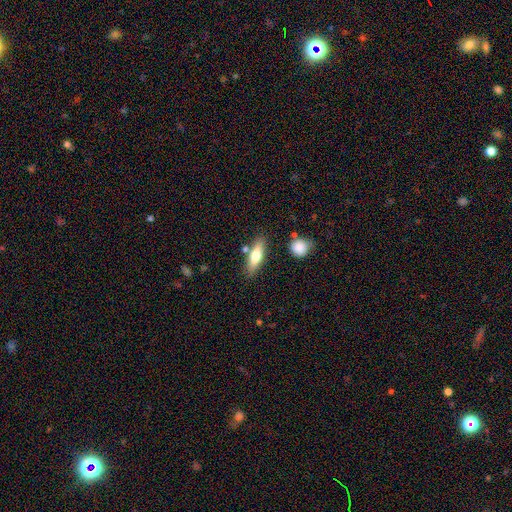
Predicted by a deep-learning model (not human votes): Smooth or featured?
  - smooth: 61% *
  - featured or disk: 32%
  - star or artifact: 6%
How rounded?
  - cigar-shaped: 55% *
  - in between: 42%
  - round: 3%
Merging?
  - none: 78% *
  - minor disturbance: 12%
  - merger: 7%
  - major disturbance: 3%